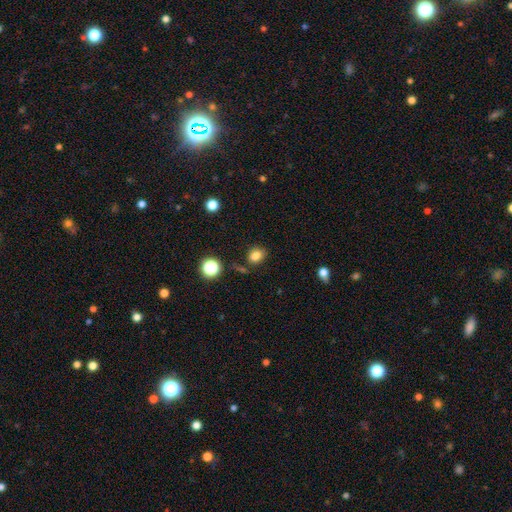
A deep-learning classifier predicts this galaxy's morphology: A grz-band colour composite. It shows a smooth galaxy with no disk features (82%) that is round (53%). Merging: none (75%).